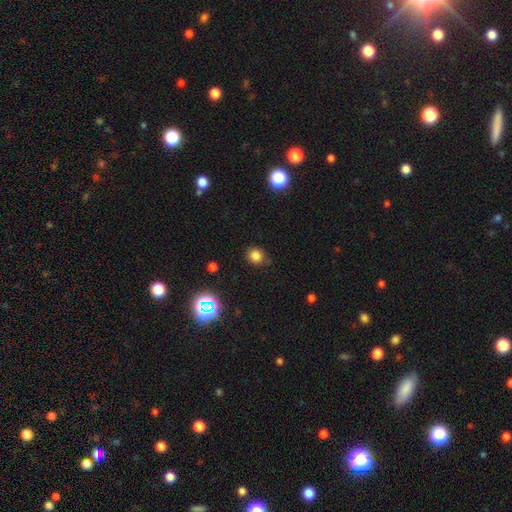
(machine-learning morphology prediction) The model was most divided on "merging": none: 77%, minor disturbance: 18%, major disturbance: 4%, merger: 2%. More confident: how rounded — round (80%); smooth or featured — smooth (80%).